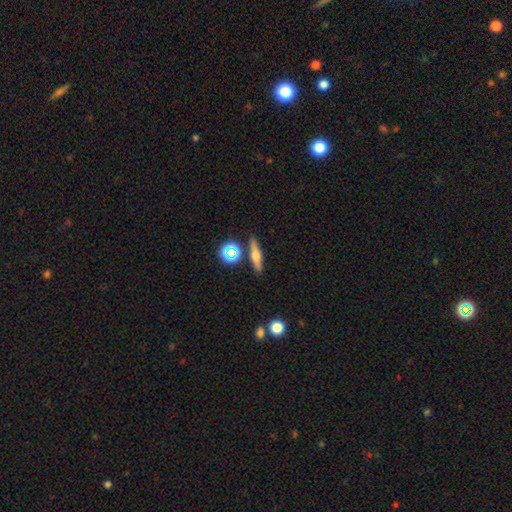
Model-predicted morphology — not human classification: smooth-or-featured: featured or disk: 44% (tied) | smooth: 44% (tied) | star or artifact: 12%
  merging: none: 84% | minor disturbance: 9% | merger: 5% | major disturbance: 3%